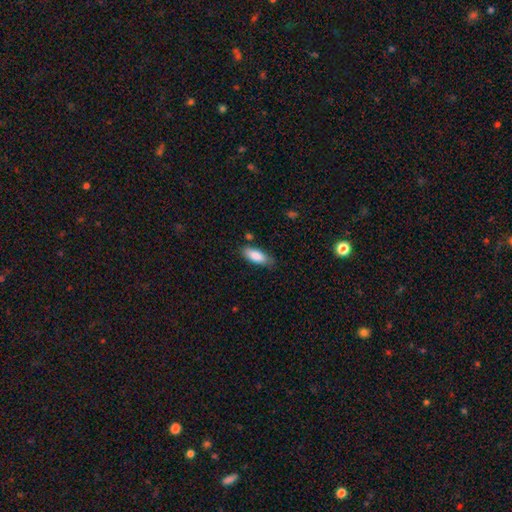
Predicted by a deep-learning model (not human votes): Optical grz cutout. It shows a smooth galaxy with no disk features (85%) that is in between round and cigar-shaped (76%). Merging: none (76%).